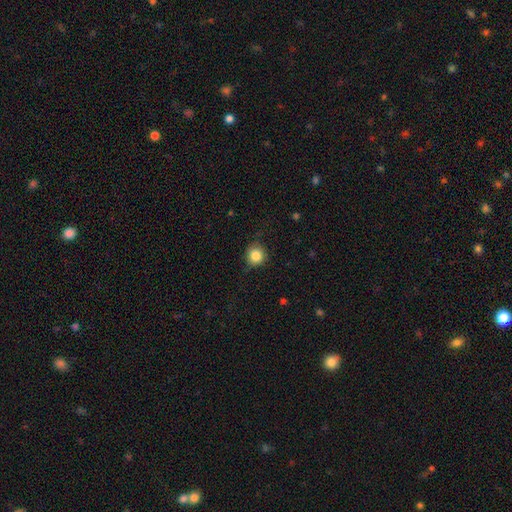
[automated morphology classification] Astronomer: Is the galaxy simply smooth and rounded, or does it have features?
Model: smooth — 85%.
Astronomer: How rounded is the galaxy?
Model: round — 91%.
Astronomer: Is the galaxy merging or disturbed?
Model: none — 81%.